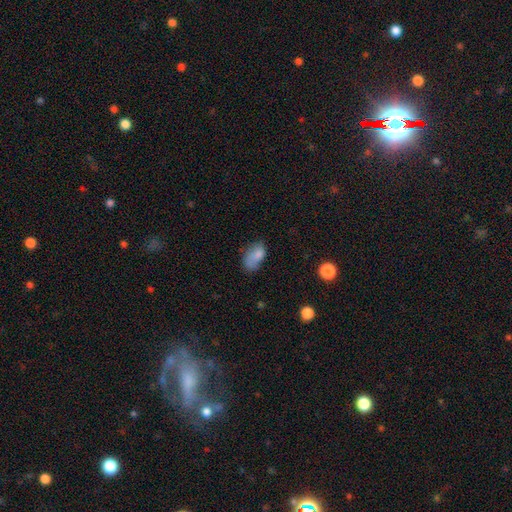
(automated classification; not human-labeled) Smooth or featured? Predicted: smooth (p=0.79). How rounded? Predicted: in between (p=0.92). Merging? Predicted: none (p=0.48).